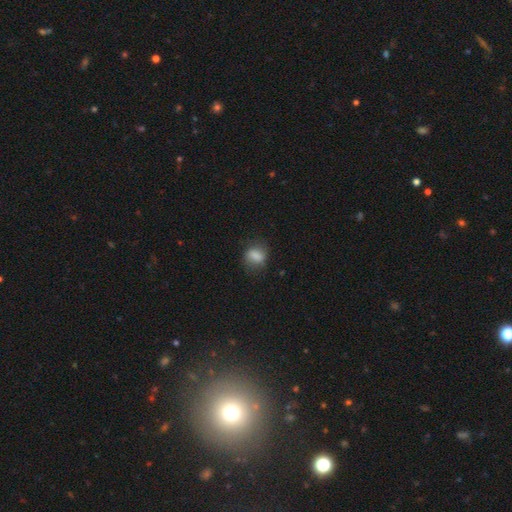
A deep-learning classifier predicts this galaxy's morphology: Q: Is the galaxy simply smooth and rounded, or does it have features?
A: smooth — 80%.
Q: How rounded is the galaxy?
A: in between — 57%.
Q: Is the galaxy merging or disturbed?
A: none — 69%.